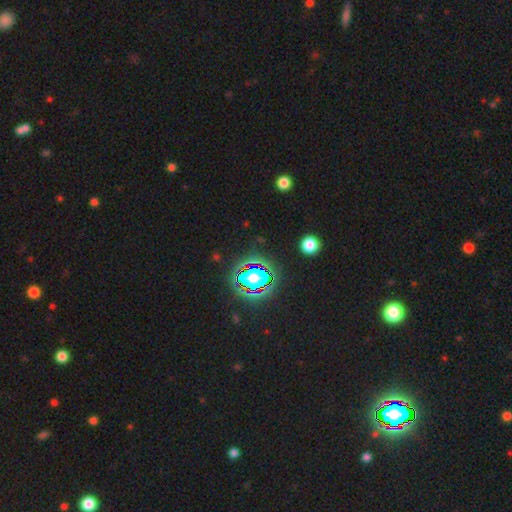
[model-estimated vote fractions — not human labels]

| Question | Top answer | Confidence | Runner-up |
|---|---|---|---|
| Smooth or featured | star or artifact | 72% | smooth (16%) |